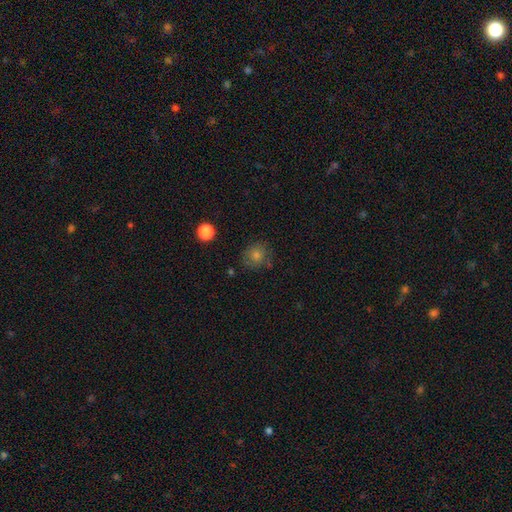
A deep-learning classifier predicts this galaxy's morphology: Smooth or featured: smooth — 71% (star or artifact — 17%)
How rounded: round — 83% (in between — 16%)
Merging: none — 76% (minor disturbance — 16%)